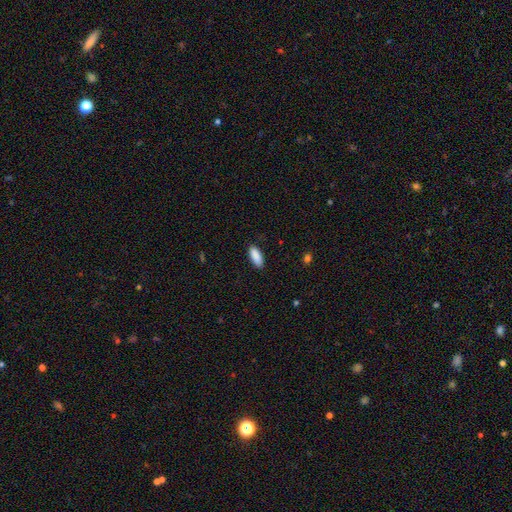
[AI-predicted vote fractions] smooth 90%, star or artifact 6%, featured or disk 4%. Down the decision tree: how rounded — in between (77%); merging — none (87%).